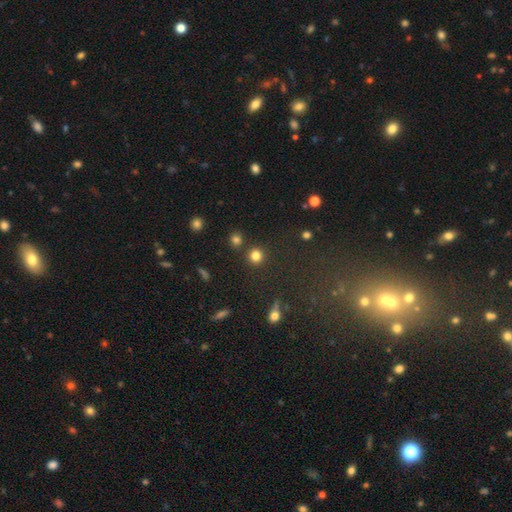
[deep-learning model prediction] This is clearly a smooth galaxy (81%). How rounded: clearly round (92%). Merging: clearly none (85%).